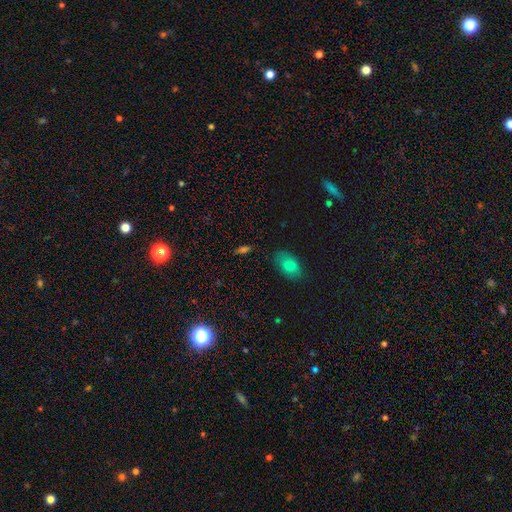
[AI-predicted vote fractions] Q: Smooth or featured?
A: smooth (50%); runner-up: star or artifact (36%)
Q: How rounded?
A: in between (71%); runner-up: round (26%)
Q: Merging?
A: none (80%); runner-up: minor disturbance (11%)